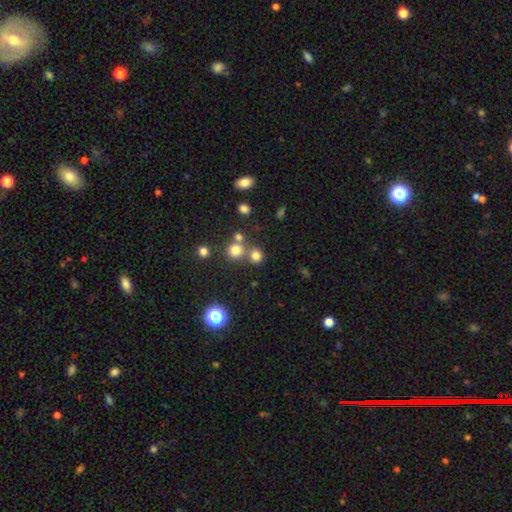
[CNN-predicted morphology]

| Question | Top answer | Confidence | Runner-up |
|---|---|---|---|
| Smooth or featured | smooth | 75% | star or artifact (18%) |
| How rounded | round | 87% | in between (12%) |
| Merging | none | 61% | merger (28%) |